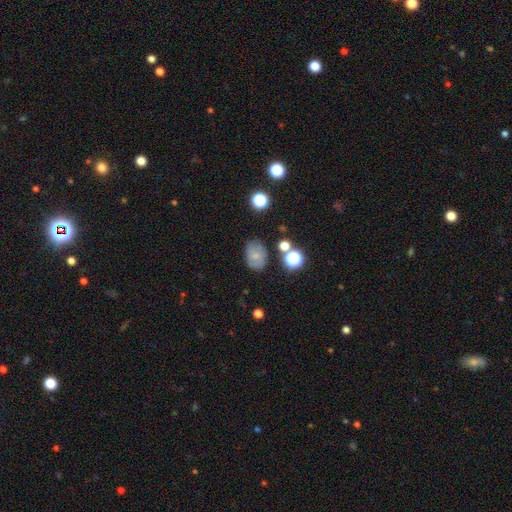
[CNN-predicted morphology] smooth-or-featured: smooth: 54% | featured or disk: 32% | star or artifact: 14%
  how-rounded: in between: 58% | round: 41% | cigar-shaped: 1%
  merging: none: 70% | minor disturbance: 20% | major disturbance: 6% | merger: 5%